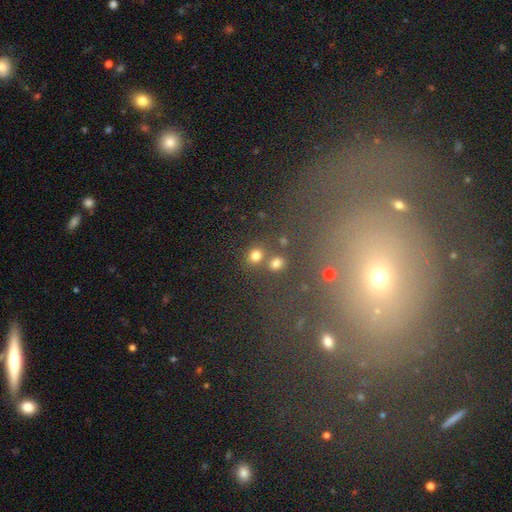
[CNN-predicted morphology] A smooth galaxy with no disk features (76%) that is round (78%). Merging: none (68%).